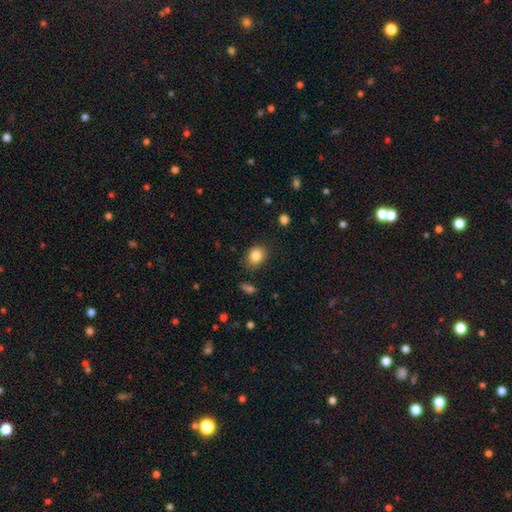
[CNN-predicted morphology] This appears to be a smooth galaxy with no disk features (84%) that is round (54%). Merging: none (81%).